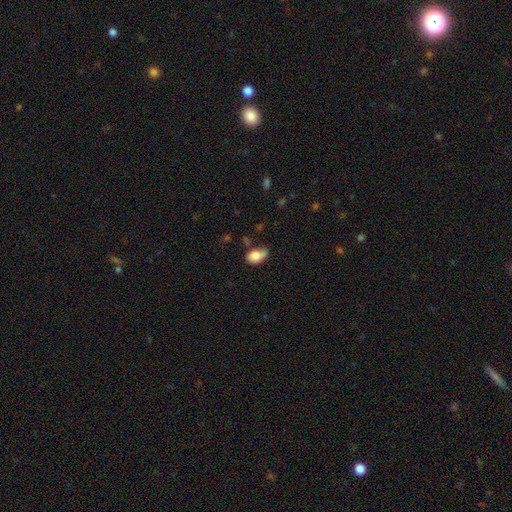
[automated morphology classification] smooth-or-featured: smooth: 80% | featured or disk: 11% | star or artifact: 8%
  how-rounded: in between: 86% | round: 13% | cigar-shaped: 2%
  merging: minor disturbance: 40% | none: 38% | major disturbance: 14% | merger: 8%